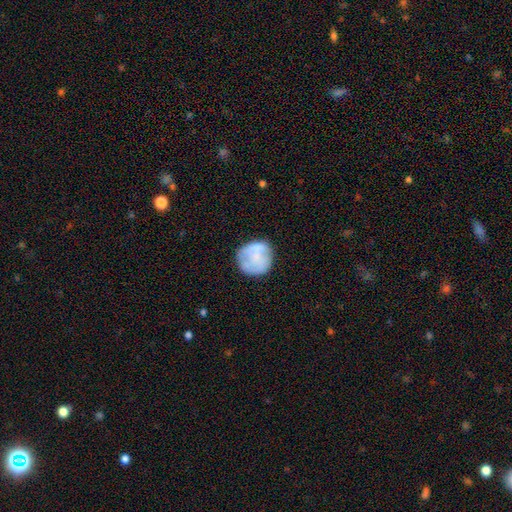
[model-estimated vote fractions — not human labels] Overall: smooth (65%; featured or disk 27%). How rounded: round (89%). Merging: none (70%).